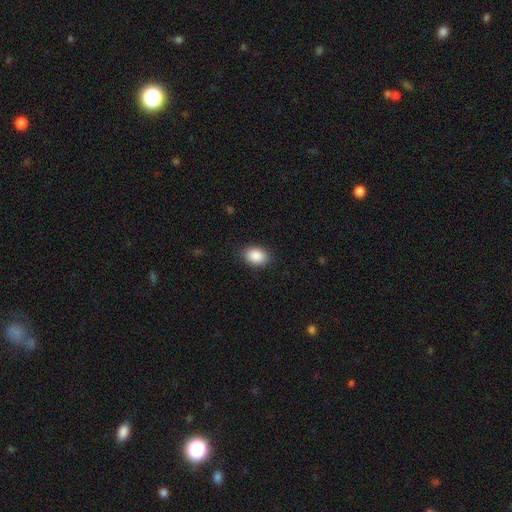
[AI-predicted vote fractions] Smooth or featured? Predicted: smooth (p=0.89). How rounded? Predicted: in between (p=0.81). Merging? Predicted: none (p=0.87).